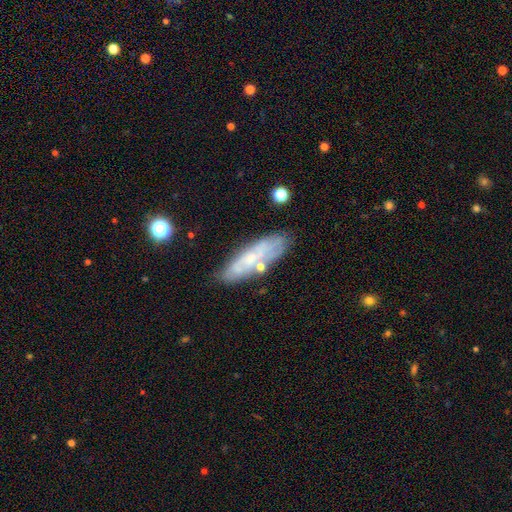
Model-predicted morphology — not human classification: A smooth galaxy with no disk features (46%).

Vote fractions:
- Smooth or featured? smooth: 46% / featured or disk: 44% / star or artifact: 10%
- Merging? none: 71% / minor disturbance: 18% / merger: 7% / major disturbance: 5%